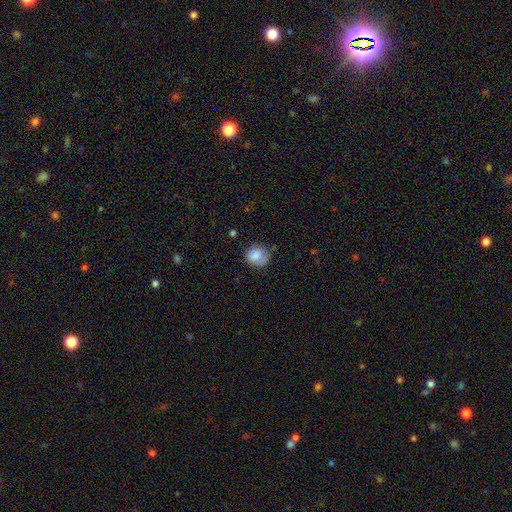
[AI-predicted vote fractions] Smooth or featured? Predicted: smooth (p=0.80). How rounded? Predicted: round (p=0.78). Merging? Predicted: none (p=0.68).